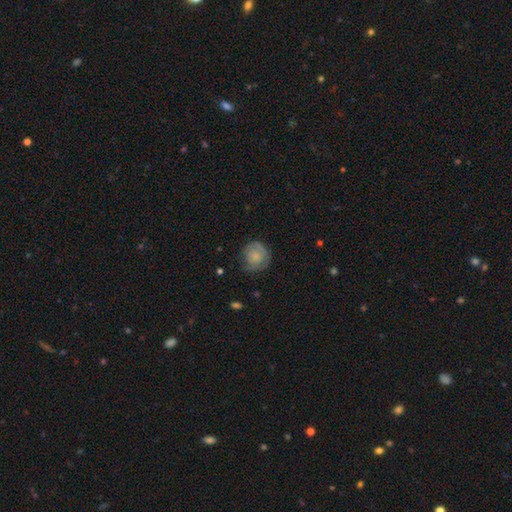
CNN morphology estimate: This is possibly a smooth galaxy (58%). How rounded: clearly round (84%). Merging: likely none (61%).